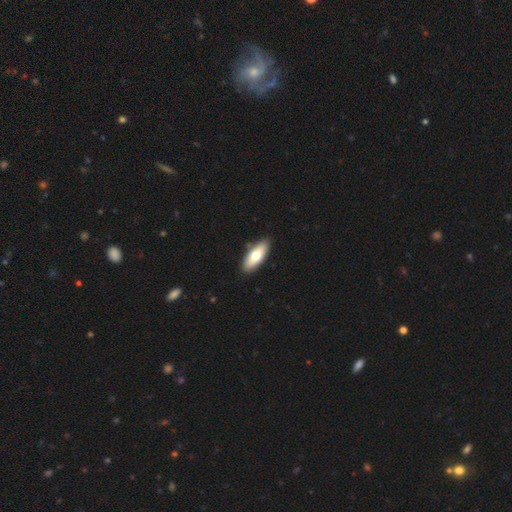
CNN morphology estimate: This appears to be a smooth galaxy with no disk features (70%) that is in between round and cigar-shaped (73%). Merging: none (89%).